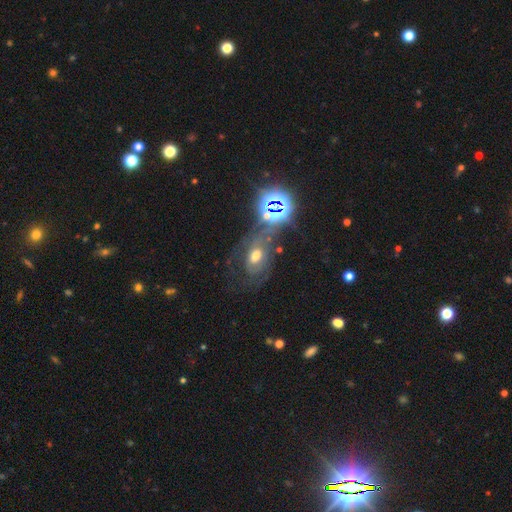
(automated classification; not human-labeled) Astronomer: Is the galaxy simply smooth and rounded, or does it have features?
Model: featured or disk — 44% (runner-up: star or artifact, 29%).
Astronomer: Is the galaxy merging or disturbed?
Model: none — 43% (runner-up: major disturbance, 26%).